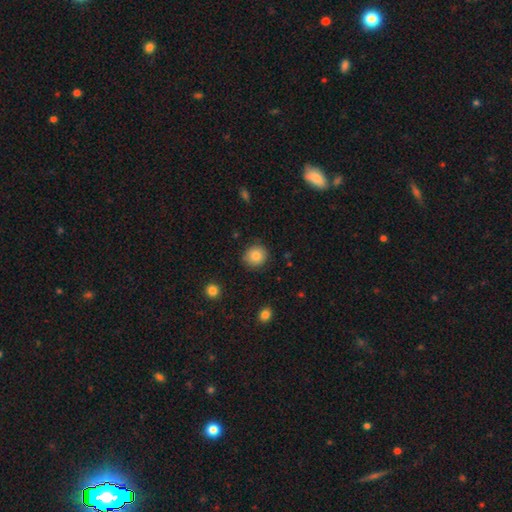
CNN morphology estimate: Smooth or featured? smooth (84%)
How rounded? round (86%)
Merging? none (88%)